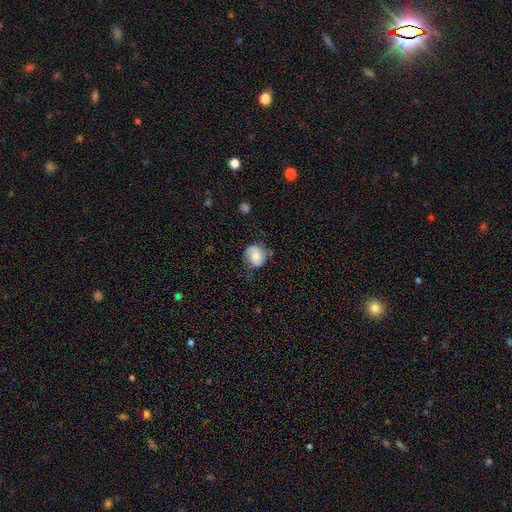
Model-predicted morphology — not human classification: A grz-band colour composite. It shows a smooth galaxy with no disk features (65%) that is round (73%). Merging: none (57%).